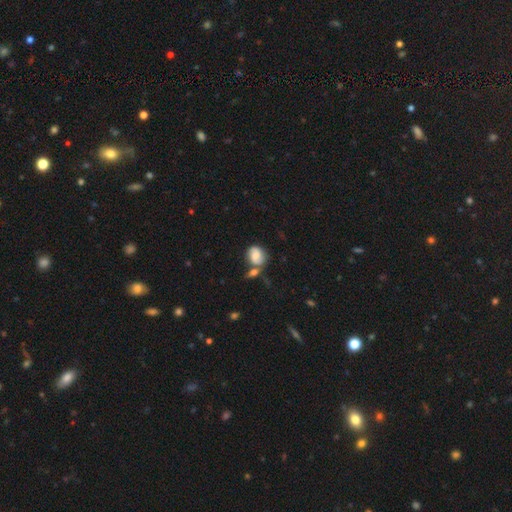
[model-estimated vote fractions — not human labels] smooth_or_featured: smooth (p=0.58) [alt: featured or disk p=0.33]
how_rounded: round (p=0.56) [alt: in between p=0.42]
merging: none (p=0.47) [alt: merger p=0.26]